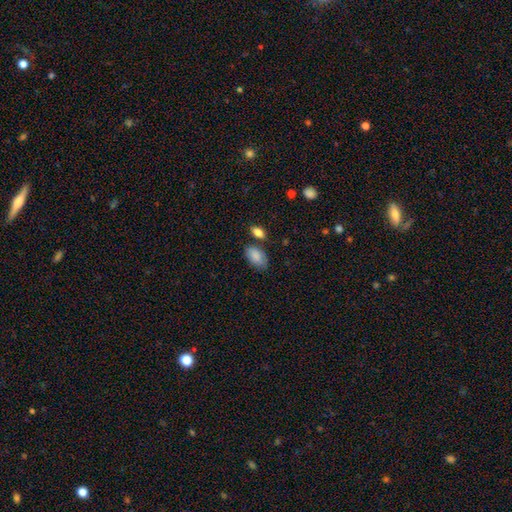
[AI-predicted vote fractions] Q: Smooth or featured?
A: smooth (86%); runner-up: star or artifact (7%)
Q: How rounded?
A: in between (92%); runner-up: round (6%)
Q: Merging?
A: none (66%); runner-up: minor disturbance (20%)